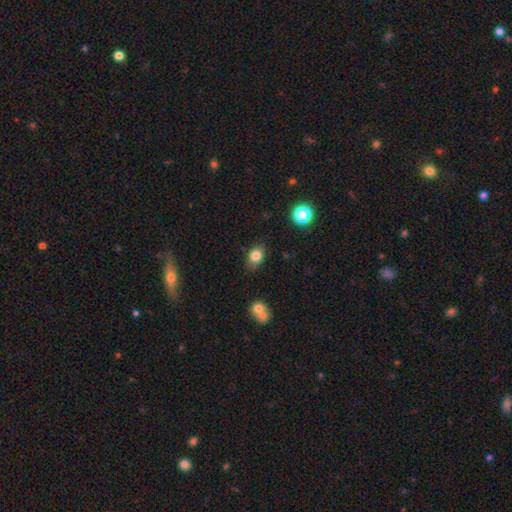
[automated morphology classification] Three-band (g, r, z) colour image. It shows a smooth galaxy with no disk features (82%) that is in between round and cigar-shaped (67%). Merging: none (77%).